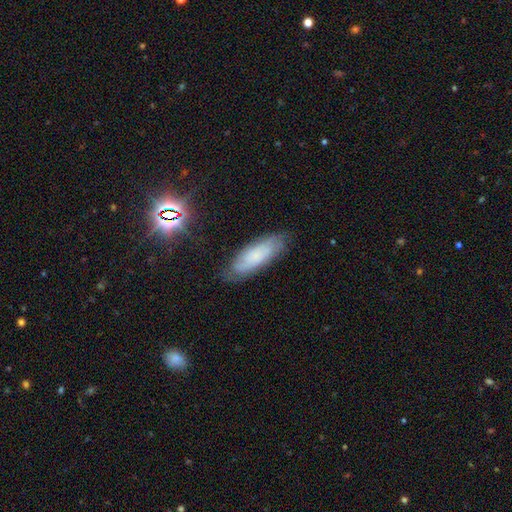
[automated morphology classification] Q: Smooth or featured?
A: smooth (49%); runner-up: featured or disk (40%)
Q: Merging?
A: none (77%); runner-up: minor disturbance (17%)